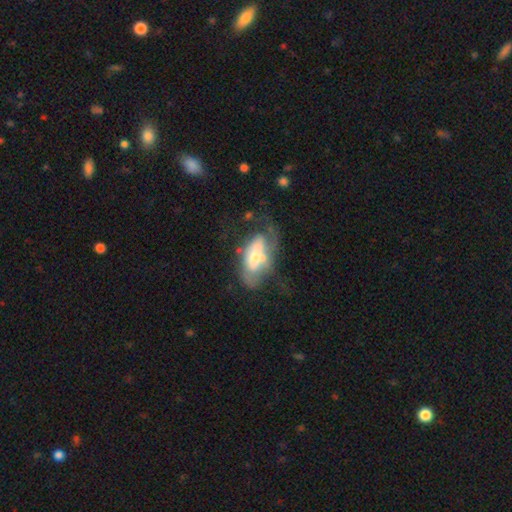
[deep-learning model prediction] The model was most divided on "merging": major disturbance: 35%, none: 29%, minor disturbance: 23%, merger: 13%. More confident: edge-on disk — no (90%); smooth or featured — featured or disk (55%).